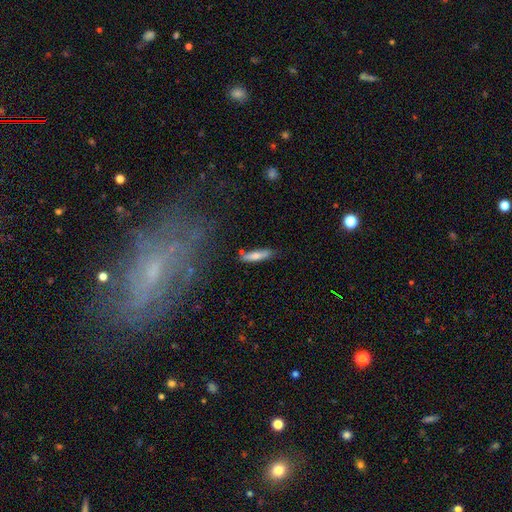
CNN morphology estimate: This appears to be a smooth galaxy with no disk features (71%) that is cigar-shaped (75%). Merging: none (78%).